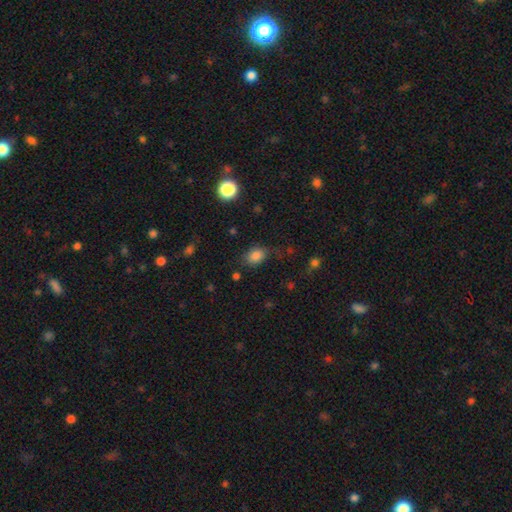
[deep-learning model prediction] Smooth or featured? smooth (84%)
How rounded? in between (68%)
Merging? none (74%)